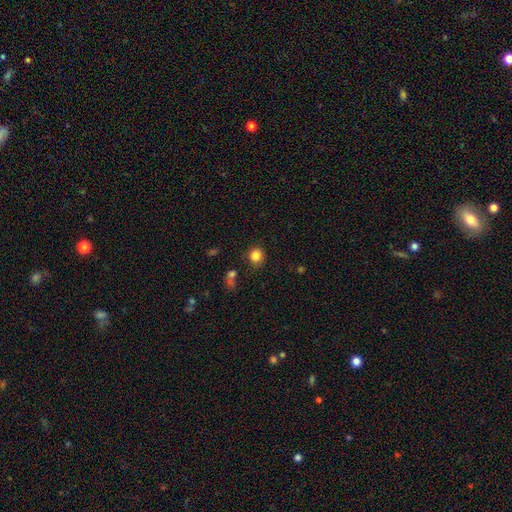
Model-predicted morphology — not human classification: Smooth or featured? Predicted: smooth (p=0.84). How rounded? Predicted: round (p=0.81). Merging? Predicted: none (p=0.83).